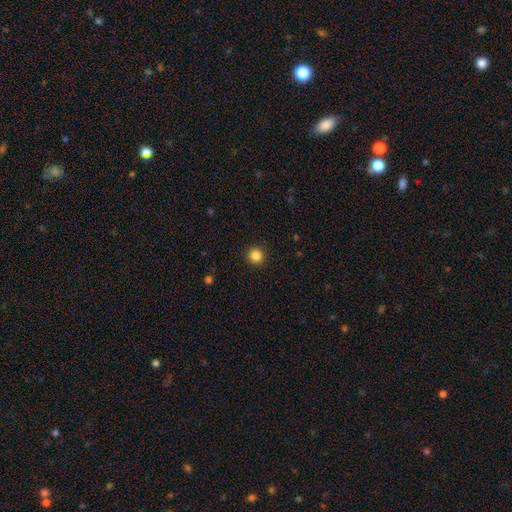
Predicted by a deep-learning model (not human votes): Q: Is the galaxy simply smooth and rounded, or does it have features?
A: smooth — 85%.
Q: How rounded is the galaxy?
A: round — 95%.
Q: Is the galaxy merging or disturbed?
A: none — 93%.